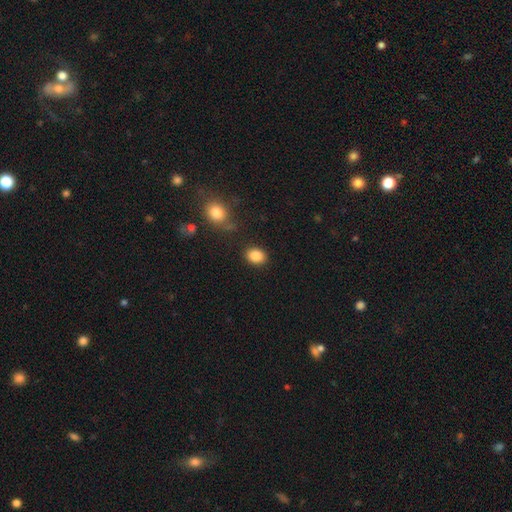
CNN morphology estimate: smooth_or_featured: smooth (p=0.86) [alt: star or artifact p=0.09]
how_rounded: in between (p=0.53) [alt: round p=0.46]
merging: none (p=0.86) [alt: minor disturbance p=0.08]